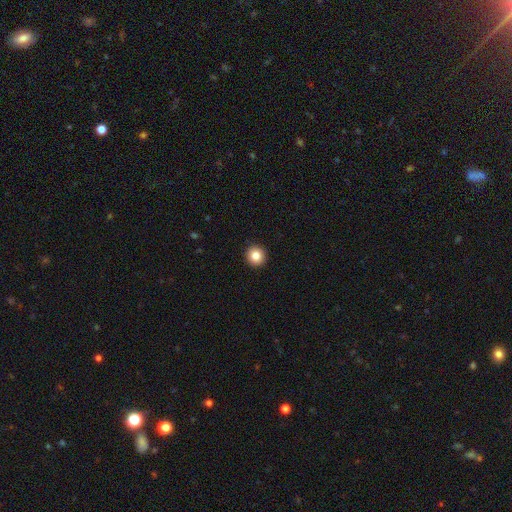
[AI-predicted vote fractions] Smooth or featured? smooth (83%)
How rounded? round (94%)
Merging? none (94%)